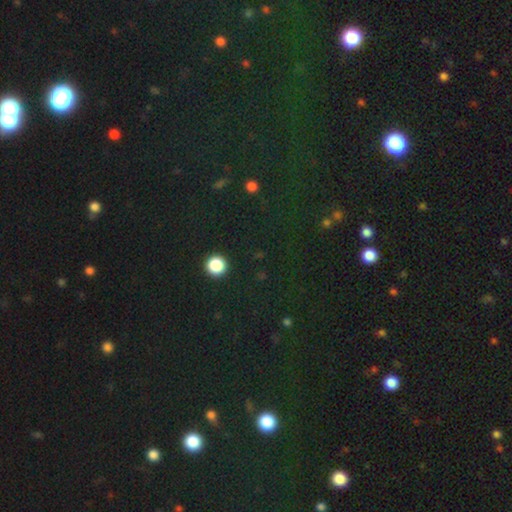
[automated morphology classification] type=star or artifact (72%).